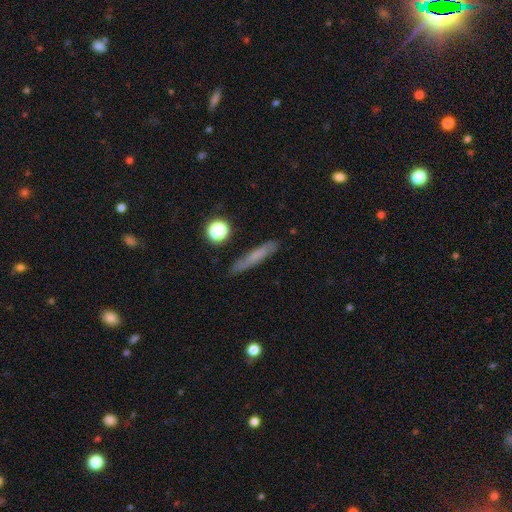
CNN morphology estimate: This is possibly a smooth galaxy (57%). How rounded: clearly cigar-shaped (88%). Merging: clearly none (83%).